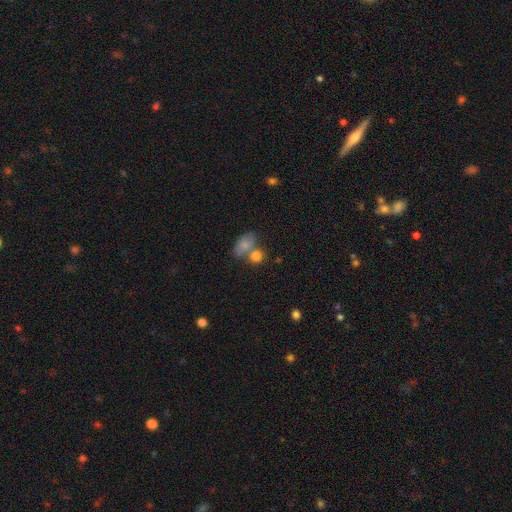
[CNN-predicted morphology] Smooth or featured?
  - smooth: 78% *
  - featured or disk: 11%
  - star or artifact: 11%
How rounded?
  - round: 65% *
  - in between: 33%
  - cigar-shaped: 2%
Merging?
  - merger: 43% *
  - none: 42%
  - minor disturbance: 11%
  - major disturbance: 5%